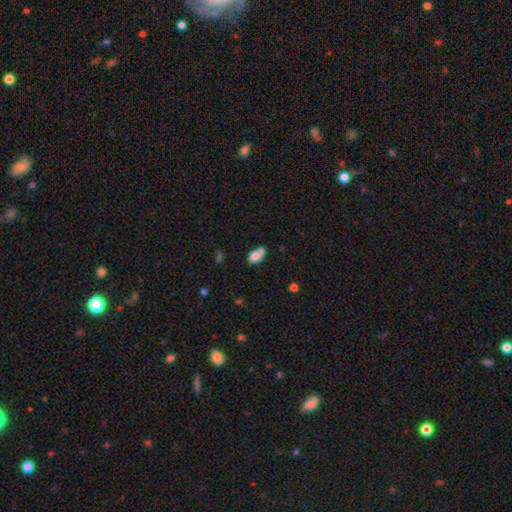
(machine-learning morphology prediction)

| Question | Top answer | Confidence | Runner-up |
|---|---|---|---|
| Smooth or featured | smooth | 76% | featured or disk (14%) |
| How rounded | in between | 78% | round (21%) |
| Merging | merger | 50% | none (30%) |